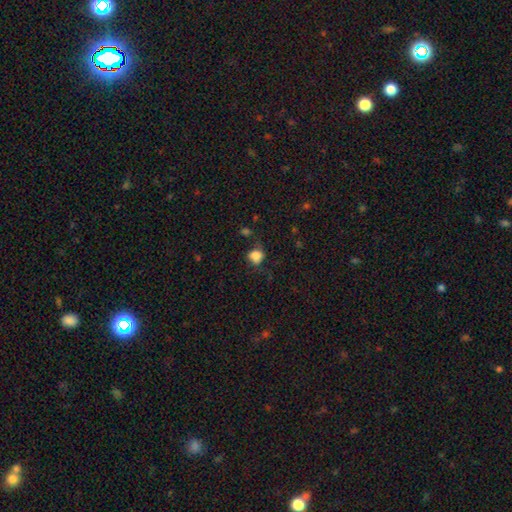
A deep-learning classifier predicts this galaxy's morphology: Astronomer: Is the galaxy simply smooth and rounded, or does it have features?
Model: smooth — 82%.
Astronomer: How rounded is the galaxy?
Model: round — 65%.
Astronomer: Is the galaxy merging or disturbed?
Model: none — 56%.